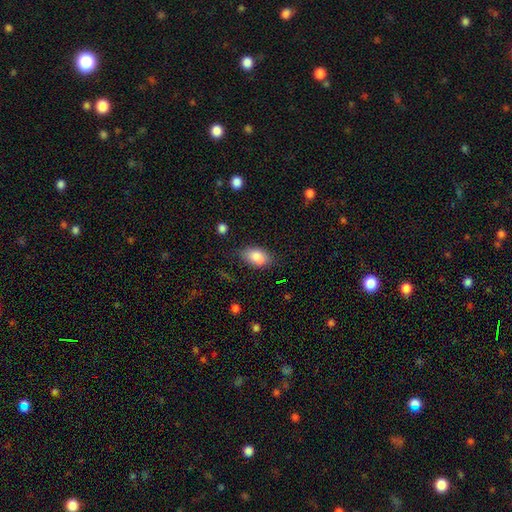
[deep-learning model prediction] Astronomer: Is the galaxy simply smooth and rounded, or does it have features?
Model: smooth — 85%.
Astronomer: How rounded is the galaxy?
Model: in between — 91%.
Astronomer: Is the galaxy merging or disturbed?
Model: none — 72%.